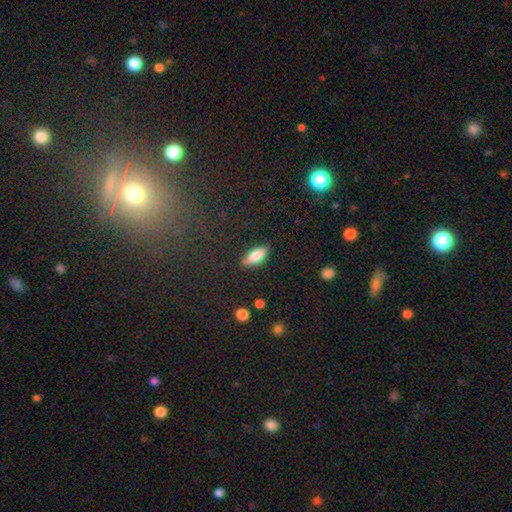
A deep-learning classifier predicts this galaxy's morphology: Overall: smooth (81%). How rounded: in between (75%). Merging: none (84%).